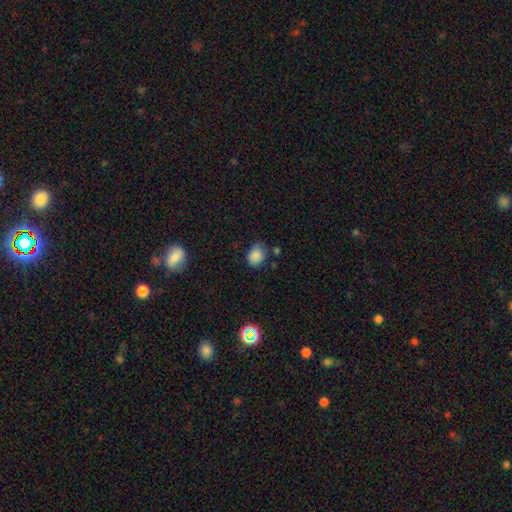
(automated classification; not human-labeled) smooth_or_featured: smooth (p=0.85) [alt: star or artifact p=0.10]
how_rounded: in between (p=0.56) [alt: round p=0.43]
merging: none (p=0.61) [alt: minor disturbance p=0.29]